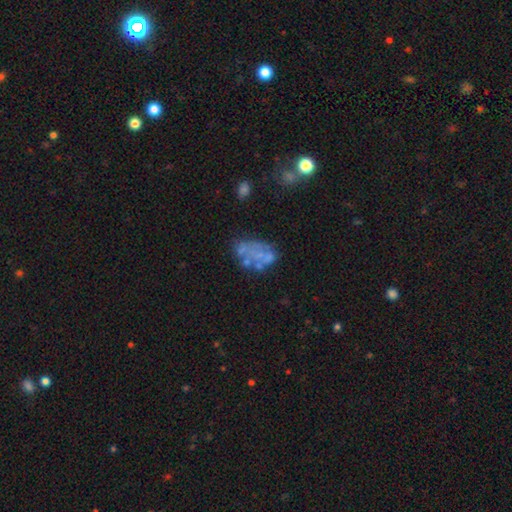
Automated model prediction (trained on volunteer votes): smooth-or-featured: featured or disk: 58% | smooth: 30% | star or artifact: 12%
  disk-edge-on: no: 98% | yes: 2%
    bar: no: 93% | weak: 5% | strong: 2%
    has-spiral-arms: no: 92% | yes: 8%
    bulge-size: none: 77% | small: 13% | moderate: 8% | large: 2% | dominant: 1%
  merging: none: 42% | minor disturbance: 22% | major disturbance: 21% | merger: 15%